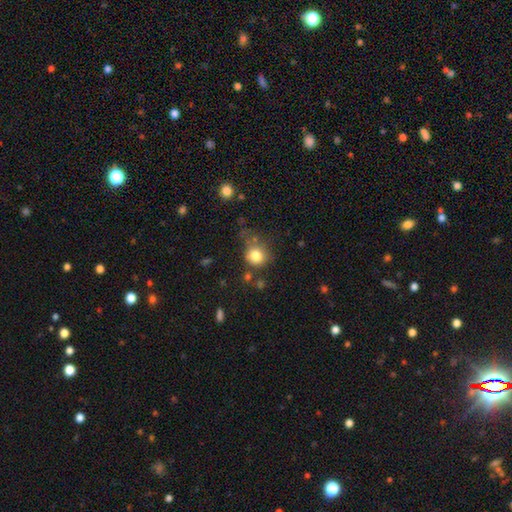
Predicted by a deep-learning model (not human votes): smooth 81%, star or artifact 11%, featured or disk 8%. Down the decision tree: how rounded — round (84%); merging — none (58%).